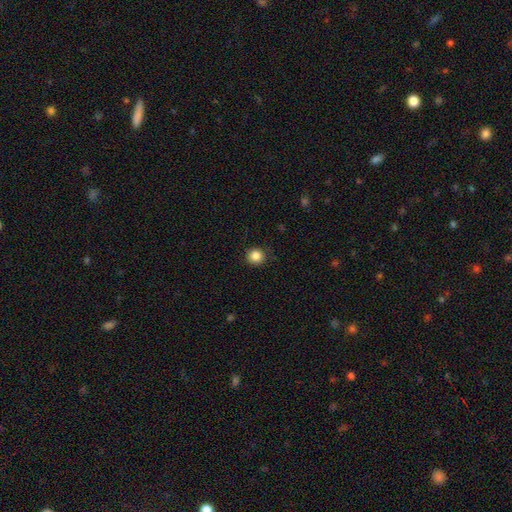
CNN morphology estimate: This appears to be a smooth galaxy with no disk features (85%) that is round (93%). Merging: none (90%).